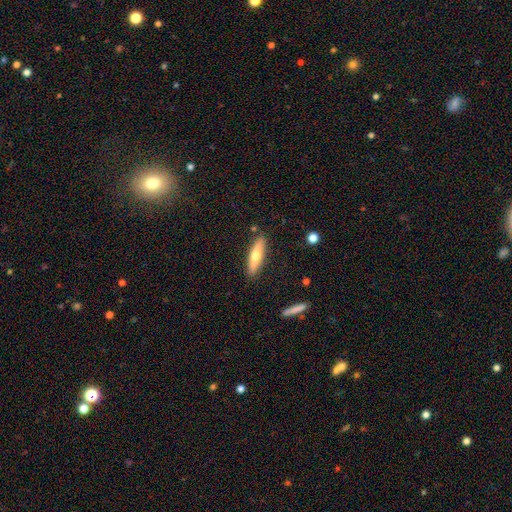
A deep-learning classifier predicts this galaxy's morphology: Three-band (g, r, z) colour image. It shows a smooth galaxy with no disk features (55%) that is cigar-shaped (78%). Merging: none (87%).